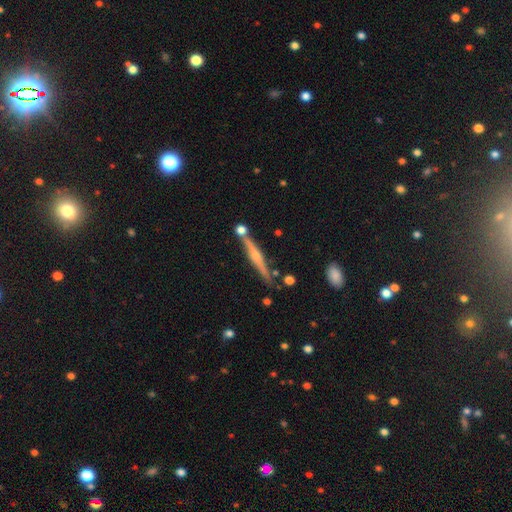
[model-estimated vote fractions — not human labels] smooth-or-featured: featured or disk: 70% | smooth: 24% | star or artifact: 7%
  disk-edge-on: yes: 97% | no: 3%
    edge-on-bulge: rounded: 75% | none: 15% | boxy: 10%
  merging: none: 79% | minor disturbance: 11% | merger: 8% | major disturbance: 2%